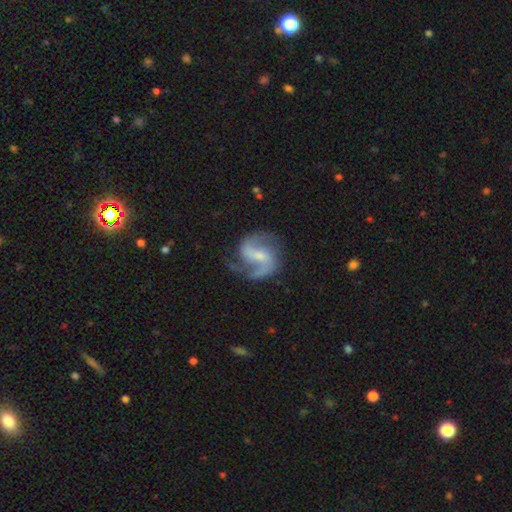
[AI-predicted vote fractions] Q: Smooth or featured?
A: featured or disk (90%); runner-up: smooth (5%)
Q: Edge-on disk?
A: no (98%); runner-up: yes (2%)
Q: Bar?
A: weak (46%); runner-up: strong (34%)
Q: Spiral arms?
A: yes (97%); runner-up: no (3%)
Q: Spiral winding?
A: medium (57%); runner-up: loose (26%)
Q: Spiral arm count?
A: 2 (92%); runner-up: 1 (3%)
Q: Bulge size?
A: small (55%); runner-up: moderate (29%)
Q: Merging?
A: none (77%); runner-up: minor disturbance (15%)